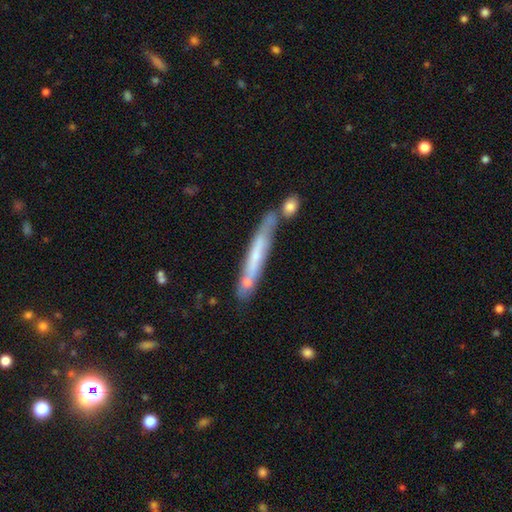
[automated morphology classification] Overall: smooth (48%; featured or disk 45%). Merging: none (58%; merger 20%).